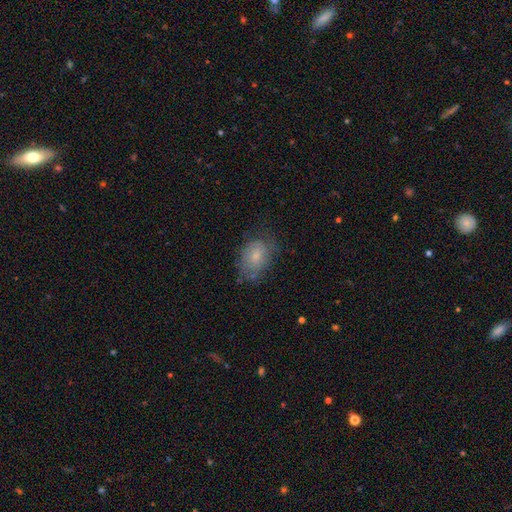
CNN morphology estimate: The model was most divided on "merging": none: 57%, minor disturbance: 28%, major disturbance: 13%, merger: 2%. More confident: how rounded — in between (76%); smooth or featured — smooth (63%).